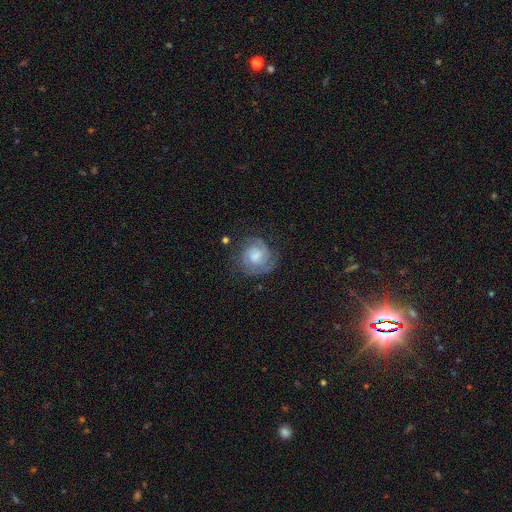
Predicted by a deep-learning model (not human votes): Smooth or featured? featured or disk (76%)
Edge-on disk? no (98%)
Bar? no (51%)
Spiral arms? yes (95%)
Spiral winding? tight (60%)
Spiral arm count? 2 (57%)
Bulge size? moderate (35%)
Merging? none (71%)